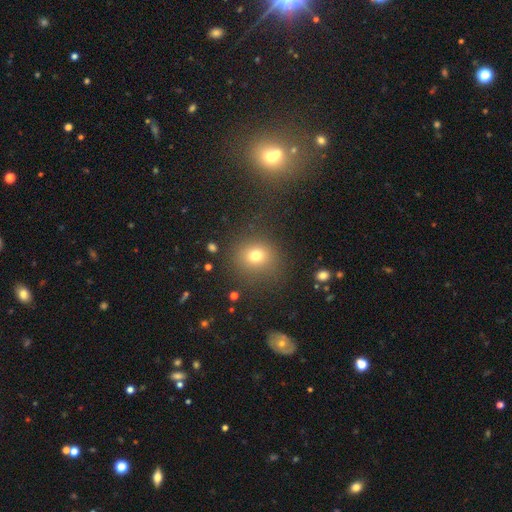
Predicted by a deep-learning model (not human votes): Smooth or featured? smooth (73%)
How rounded? round (81%)
Merging? none (83%)